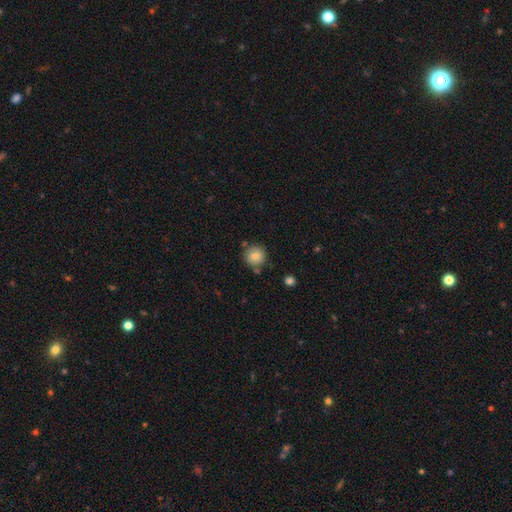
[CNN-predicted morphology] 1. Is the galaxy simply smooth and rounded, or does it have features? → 78% smooth, 13% featured or disk, 9% star or artifact.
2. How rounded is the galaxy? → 93% round, 6% in between, 1% cigar-shaped.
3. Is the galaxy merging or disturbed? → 77% none, 12% minor disturbance, 7% merger, 3% major disturbance.